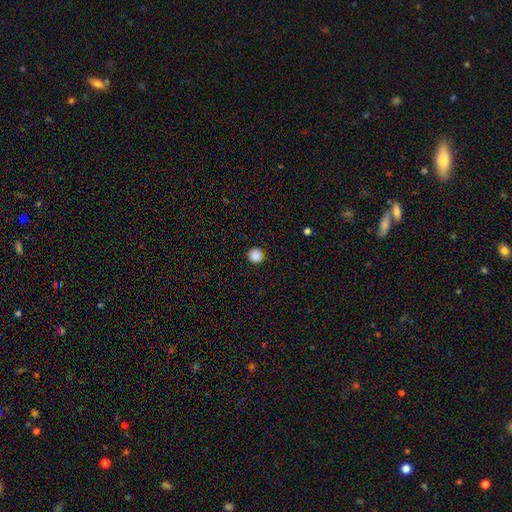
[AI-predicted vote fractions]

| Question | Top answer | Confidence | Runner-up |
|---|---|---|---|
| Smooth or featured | smooth | 88% | star or artifact (10%) |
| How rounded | round | 94% | in between (5%) |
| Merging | none | 92% | minor disturbance (5%) |